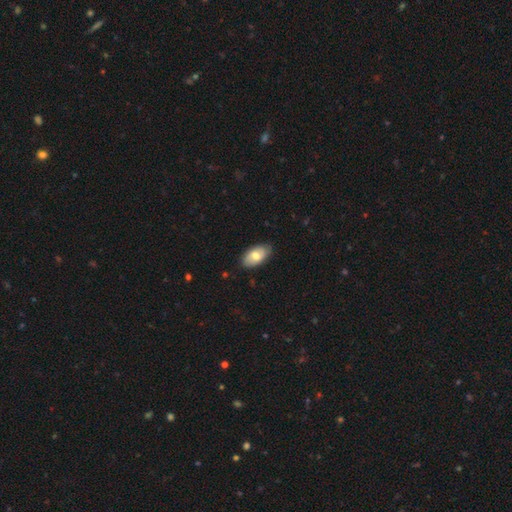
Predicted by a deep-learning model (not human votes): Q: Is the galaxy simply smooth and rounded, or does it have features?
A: smooth — 72%.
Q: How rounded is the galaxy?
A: in between — 95%.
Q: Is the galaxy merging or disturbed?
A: none — 83%.